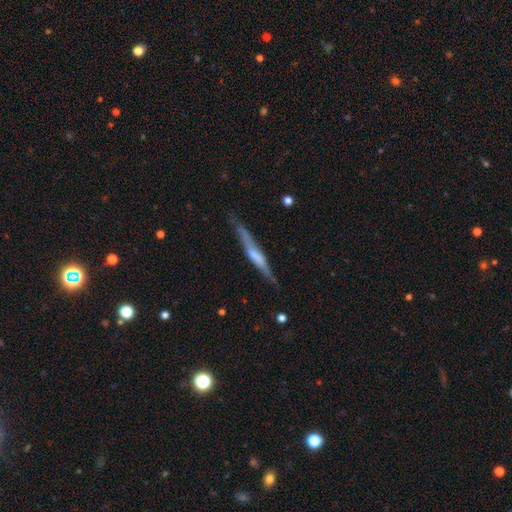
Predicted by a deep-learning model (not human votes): The model was most divided on "edge-on bulge": none: 42%, rounded: 34%, boxy: 24%. More confident: edge-on disk — yes (93%); merging — none (75%); smooth or featured — featured or disk (59%).